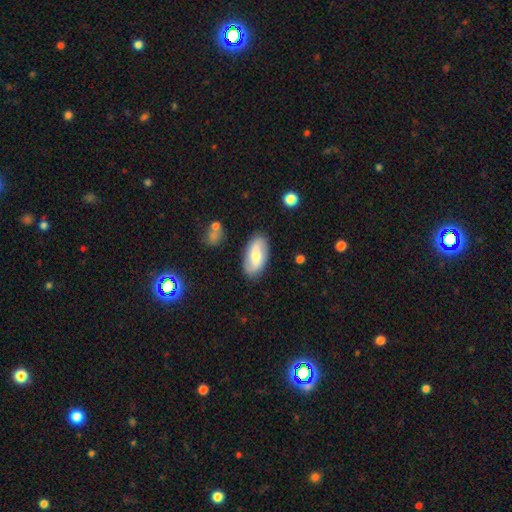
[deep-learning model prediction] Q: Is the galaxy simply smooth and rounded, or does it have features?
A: featured or disk — 48%.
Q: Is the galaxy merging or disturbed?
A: none — 85%.